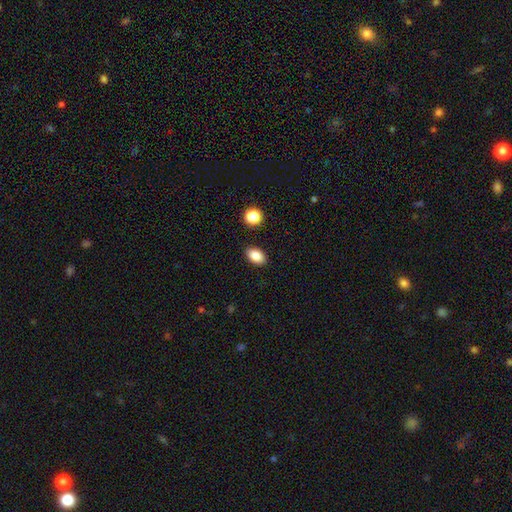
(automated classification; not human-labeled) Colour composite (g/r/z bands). It shows a smooth galaxy with no disk features (86%) that is in between round and cigar-shaped (88%). Merging: none (88%).